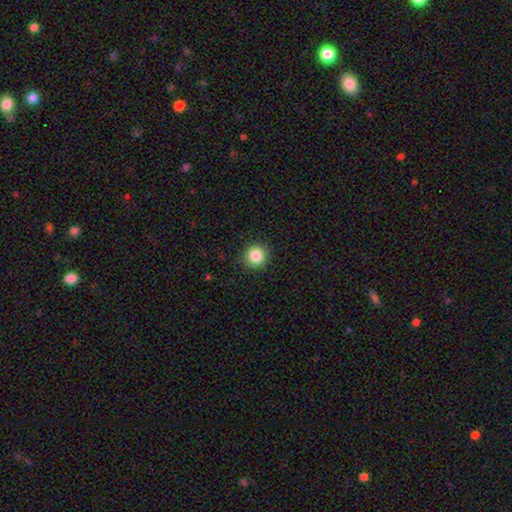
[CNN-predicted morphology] smooth_or_featured: smooth (p=0.85) [alt: star or artifact p=0.10]
how_rounded: round (p=0.92) [alt: in between p=0.07]
merging: none (p=0.91) [alt: minor disturbance p=0.06]